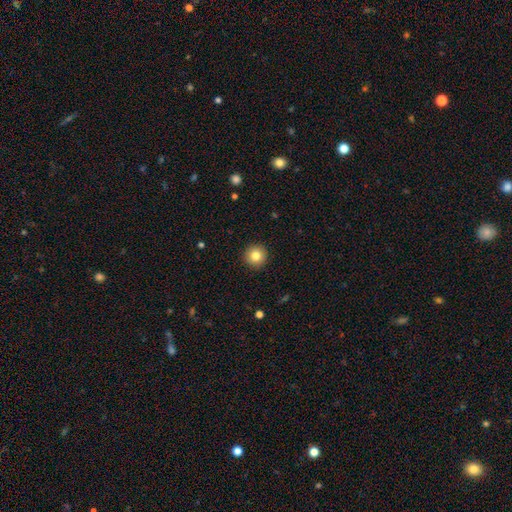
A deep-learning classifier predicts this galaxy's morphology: A smooth galaxy with no disk features (82%) that is round (95%). Merging: none (93%).